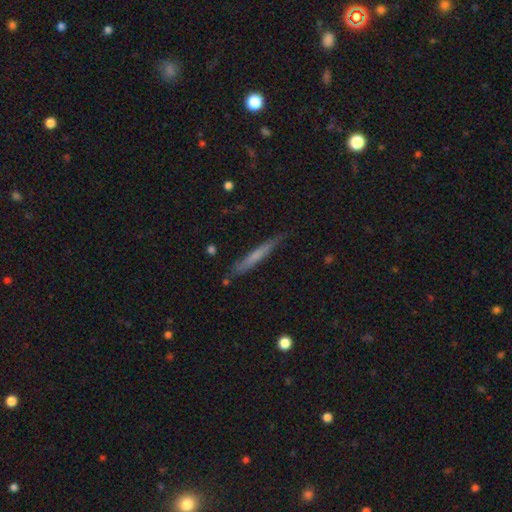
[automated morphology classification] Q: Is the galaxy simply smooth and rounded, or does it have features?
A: smooth — 55%.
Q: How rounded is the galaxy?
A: cigar-shaped — 95%.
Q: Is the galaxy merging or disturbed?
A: none — 81%.